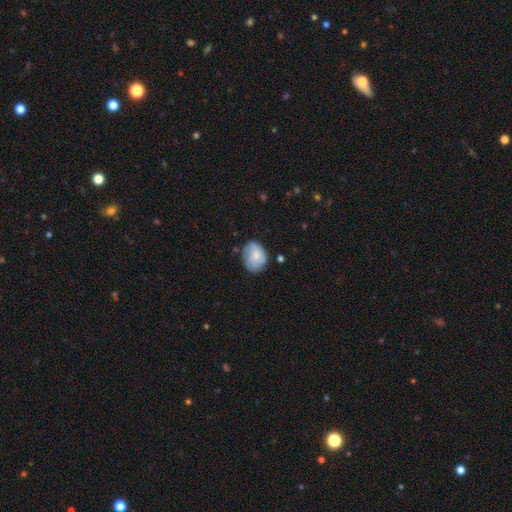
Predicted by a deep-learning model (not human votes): smooth 57%, featured or disk 35%, star or artifact 7%. Down the decision tree: how rounded — in between (61%); merging — none (64%).